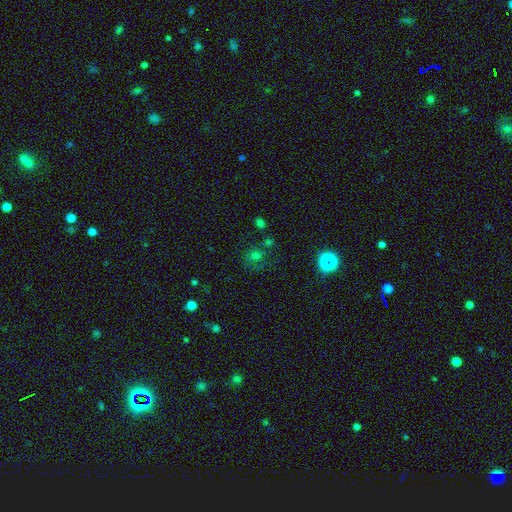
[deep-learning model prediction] Morphology: type=smooth (51%); roundness=round (71%); merging=none (54%).